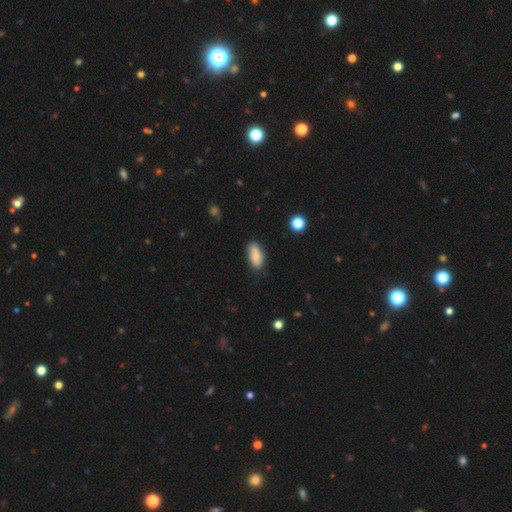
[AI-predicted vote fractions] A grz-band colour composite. It shows a smooth galaxy with no disk features (79%) that is in between round and cigar-shaped (87%). Merging: none (70%).